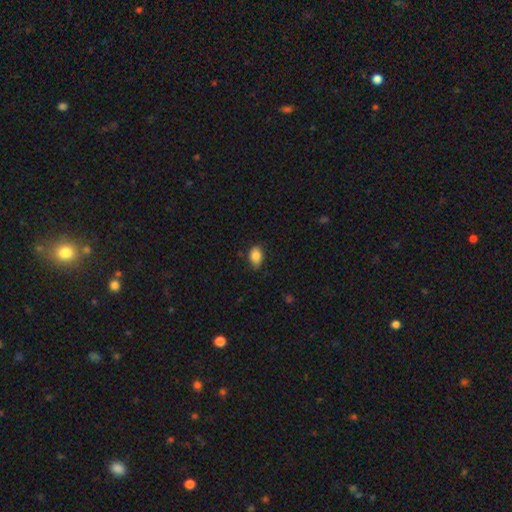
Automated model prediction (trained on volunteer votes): This is clearly a smooth galaxy (85%). How rounded: clearly in between (83%). Merging: likely none (70%).